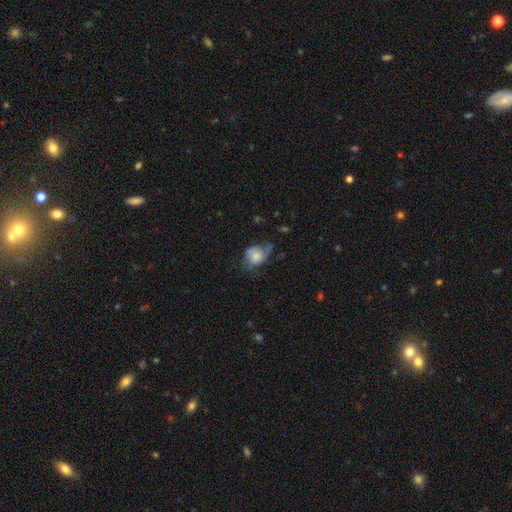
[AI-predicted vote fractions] smooth_or_featured: smooth (p=0.52) [alt: featured or disk p=0.39]
how_rounded: in between (p=0.58) [alt: round p=0.41]
merging: none (p=0.35) [alt: major disturbance p=0.32]